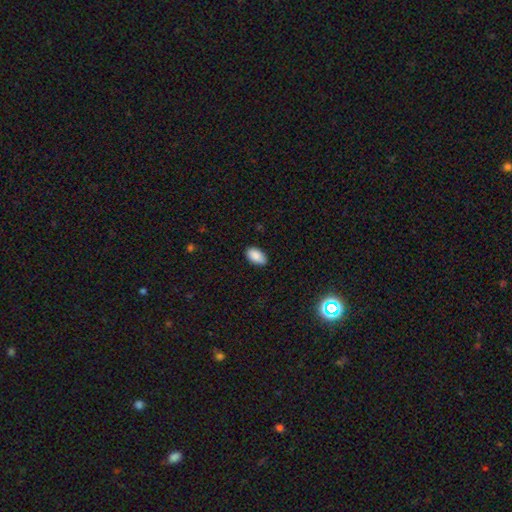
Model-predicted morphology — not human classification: The model was most divided on "merging": none: 85%, minor disturbance: 12%, major disturbance: 2%, merger: 1%. More confident: how rounded — in between (94%); smooth or featured — smooth (89%).